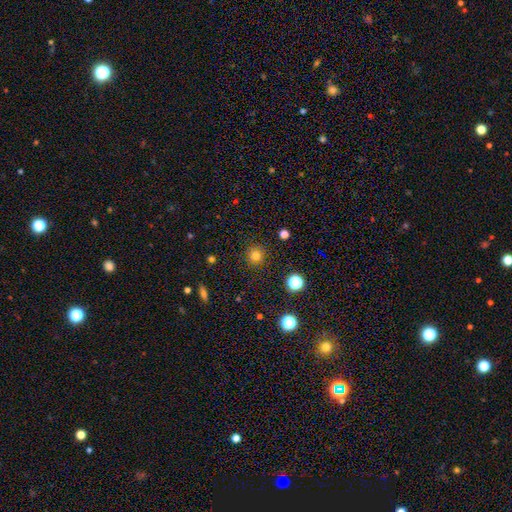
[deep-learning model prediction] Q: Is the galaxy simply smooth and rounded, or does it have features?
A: smooth — 79%.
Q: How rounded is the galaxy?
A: round — 94%.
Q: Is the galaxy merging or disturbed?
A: none — 90%.